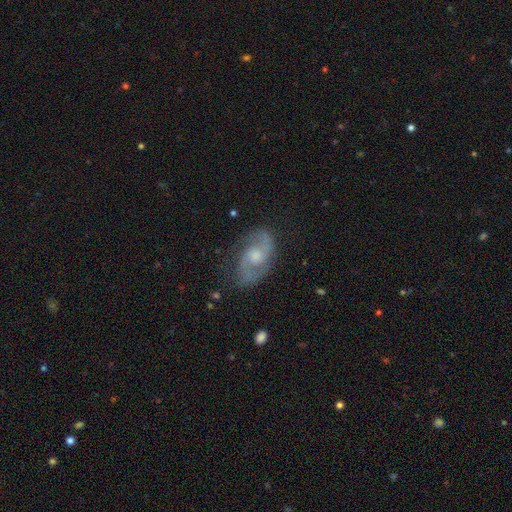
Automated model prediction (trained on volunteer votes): A featured or disk galaxy (86%) with no bar (55%), 2 (91%) medium (57%) spiral arms (96%) and a moderate central bulge (54%).

Vote fractions:
- Smooth or featured? featured or disk: 86% / smooth: 9% / star or artifact: 6%
- Edge-on disk? no: 97% / yes: 3%
- Bar? no: 55% / weak: 39% / strong: 6%
- Spiral arms? yes: 96% / no: 4%
- Spiral winding? medium: 57% / tight: 22% / loose: 21%
- Spiral arm count? 2: 91% / can't tell: 4% / 1: 2% / 3: 1% / 4: 1% / more than 4: 1%
- Bulge size? moderate: 54% / small: 34% / large: 6% / none: 6% / dominant: 1%
- Merging? none: 78% / minor disturbance: 15% / major disturbance: 5% / merger: 1%